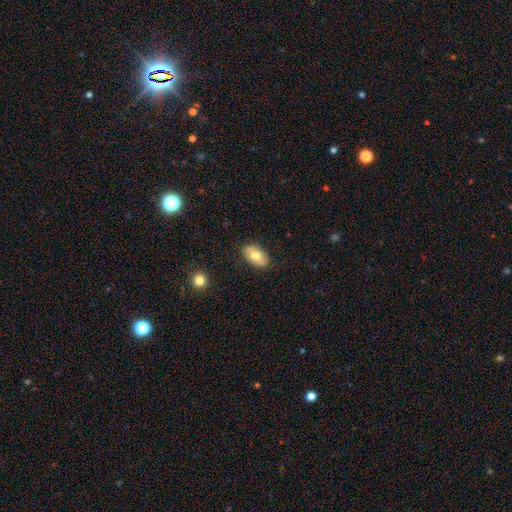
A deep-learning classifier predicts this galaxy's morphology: This is likely a smooth galaxy (67%). How rounded: clearly in between (92%). Merging: clearly none (84%).